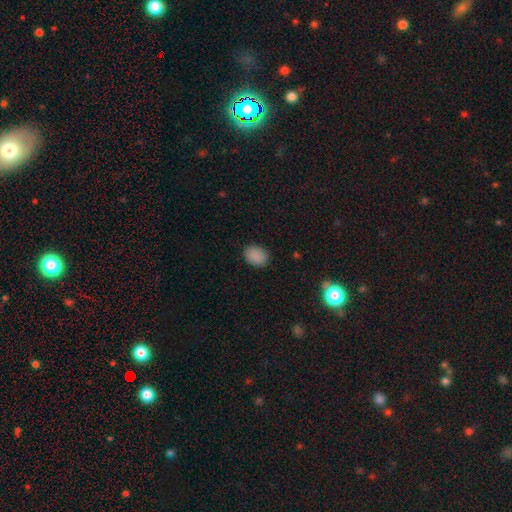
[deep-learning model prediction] Morphology: type=smooth (88%); roundness=in between (66%); merging=none (88%).